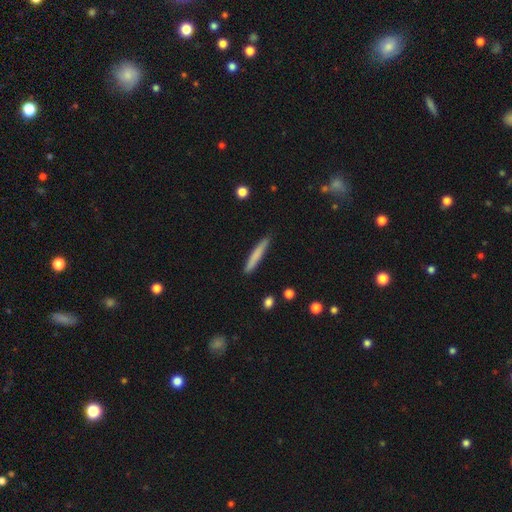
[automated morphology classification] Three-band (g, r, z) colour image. It shows a smooth galaxy with no disk features (74%) that is cigar-shaped (95%). Merging: none (87%).